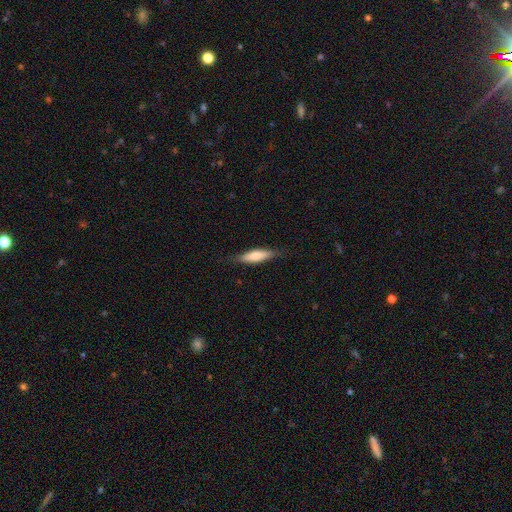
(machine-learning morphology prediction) Smooth or featured?
  - smooth: 71% *
  - featured or disk: 23%
  - star or artifact: 6%
How rounded?
  - cigar-shaped: 63% *
  - in between: 36%
  - round: 2%
Merging?
  - none: 81% *
  - minor disturbance: 15%
  - major disturbance: 3%
  - merger: 1%